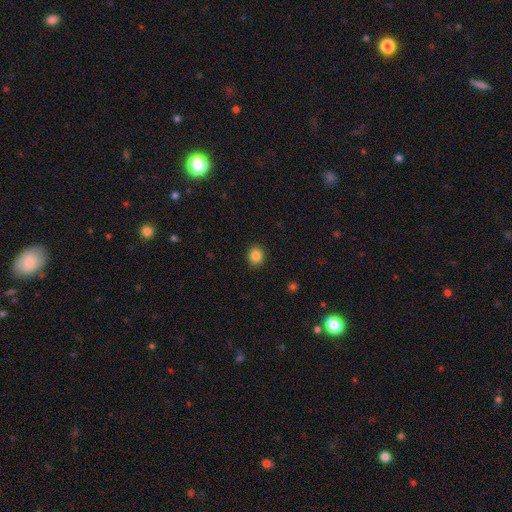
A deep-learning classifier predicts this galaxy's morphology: smooth-or-featured: smooth: 86% | star or artifact: 10% | featured or disk: 4%
  how-rounded: round: 75% | in between: 24% | cigar-shaped: 1%
  merging: none: 90% | minor disturbance: 7% | major disturbance: 2% | merger: 1%